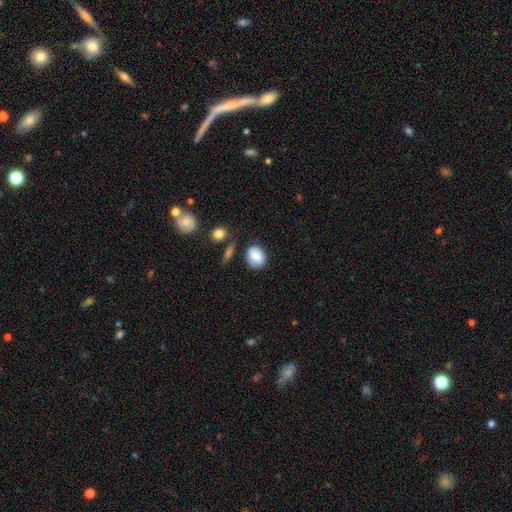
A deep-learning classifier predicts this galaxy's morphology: A smooth galaxy with no disk features (83%) that is in between round and cigar-shaped (67%). Merging: none (64%).